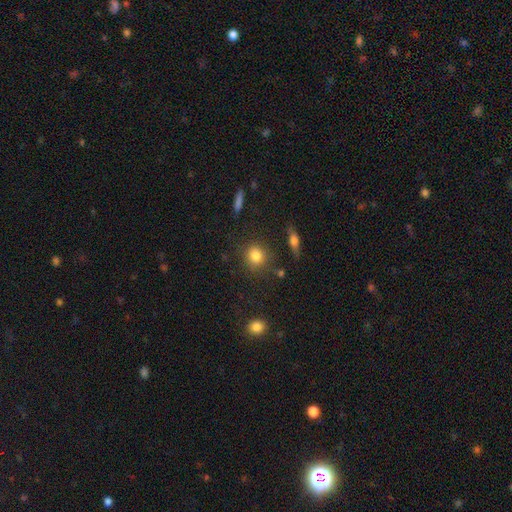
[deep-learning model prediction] This appears to be a smooth galaxy with no disk features (83%) that is round (80%). Merging: none (80%).